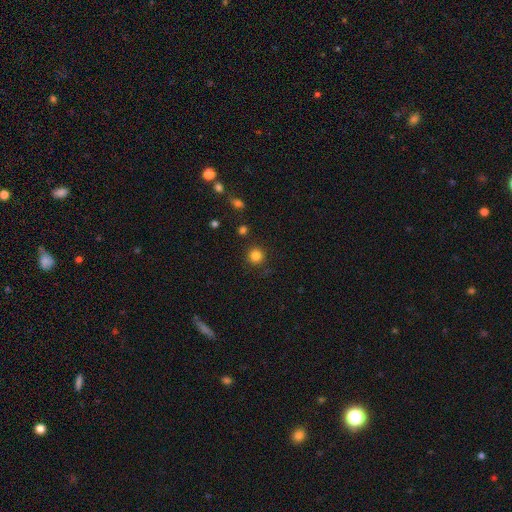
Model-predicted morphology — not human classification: A smooth galaxy with no disk features (83%) that is round (94%).

Vote fractions:
- Smooth or featured? smooth: 83% / star or artifact: 13% / featured or disk: 5%
- How rounded? round: 94% / in between: 5% / cigar-shaped: 1%
- Merging? none: 87% / minor disturbance: 7% / major disturbance: 3% / merger: 3%